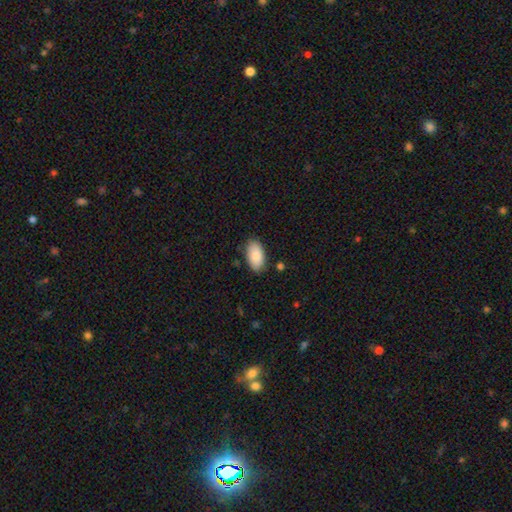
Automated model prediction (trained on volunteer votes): Smooth or featured? smooth (87%)
How rounded? in between (95%)
Merging? none (83%)